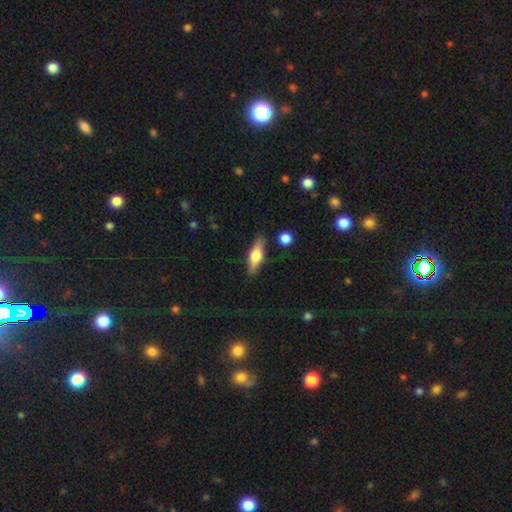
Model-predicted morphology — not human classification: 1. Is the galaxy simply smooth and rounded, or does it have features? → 51% smooth, 42% featured or disk, 7% star or artifact.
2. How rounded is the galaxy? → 54% in between, 42% cigar-shaped, 4% round.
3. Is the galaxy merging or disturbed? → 83% none, 11% minor disturbance, 3% merger, 3% major disturbance.